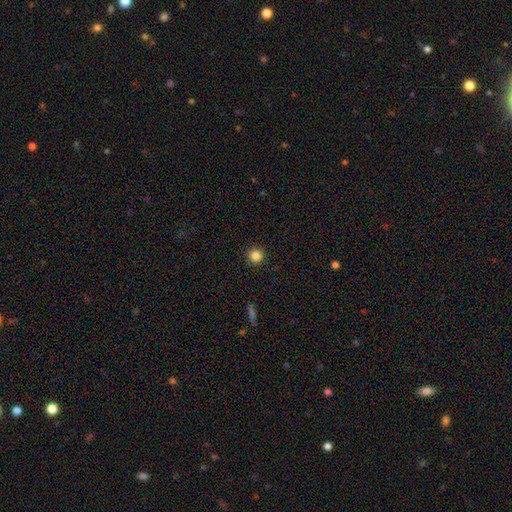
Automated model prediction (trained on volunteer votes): Smooth or featured: smooth — 85% (star or artifact — 11%)
How rounded: round — 95% (in between — 4%)
Merging: none — 91% (minor disturbance — 6%)